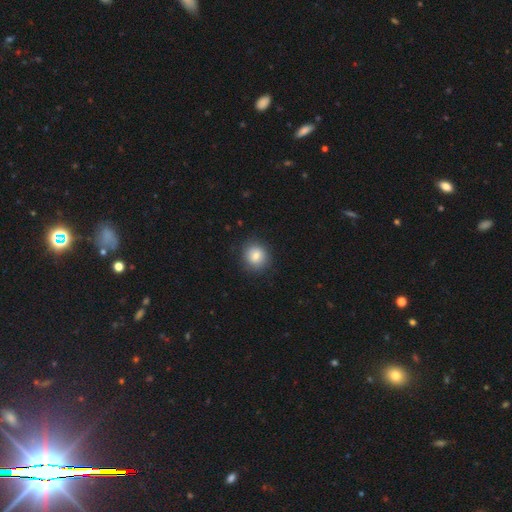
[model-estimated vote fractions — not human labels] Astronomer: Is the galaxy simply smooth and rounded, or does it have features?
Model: smooth — 80%.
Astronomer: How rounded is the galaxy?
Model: round — 85%.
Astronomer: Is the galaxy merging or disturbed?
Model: none — 87%.